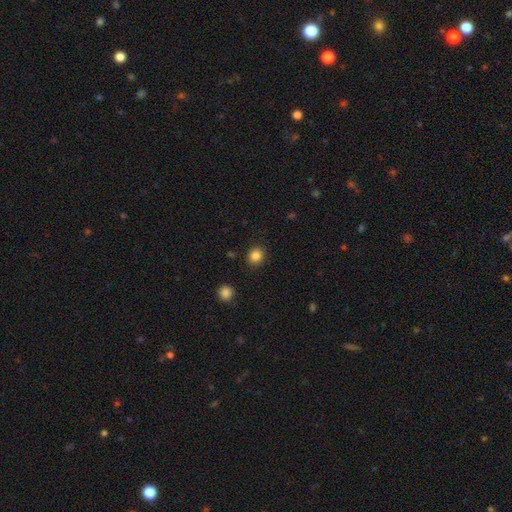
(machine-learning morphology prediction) smooth_or_featured: smooth (p=0.85) [alt: star or artifact p=0.11]
how_rounded: round (p=0.81) [alt: in between p=0.18]
merging: none (p=0.89) [alt: minor disturbance p=0.07]